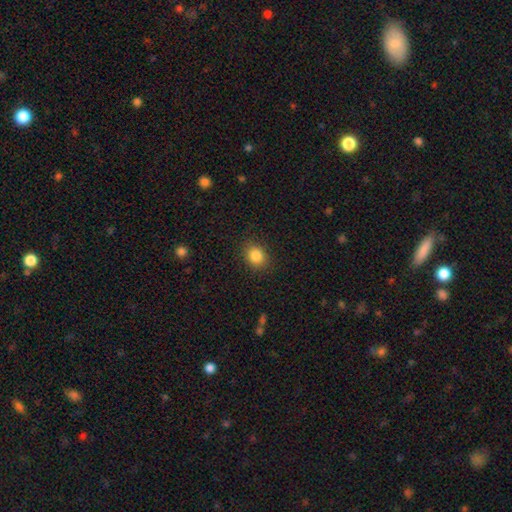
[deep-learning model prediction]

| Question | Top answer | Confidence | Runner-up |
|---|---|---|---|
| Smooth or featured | smooth | 85% | star or artifact (10%) |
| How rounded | round | 62% | in between (37%) |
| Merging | none | 88% | minor disturbance (9%) |